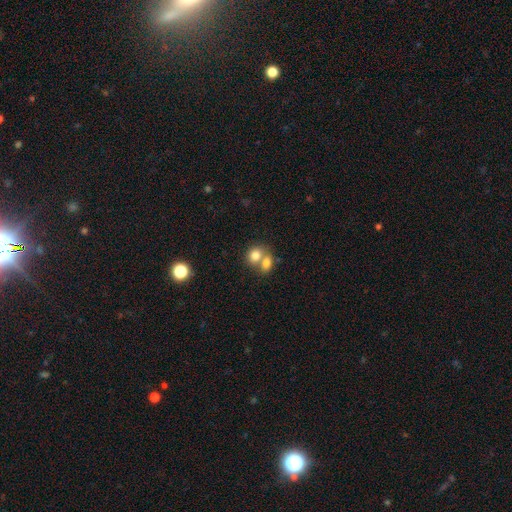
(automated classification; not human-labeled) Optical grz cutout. It shows a smooth galaxy with no disk features (79%) that is round (54%). Merging: merger (62%).